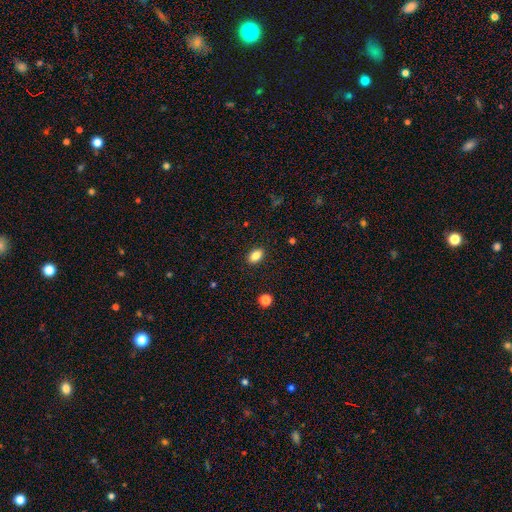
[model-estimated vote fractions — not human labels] smooth_or_featured: smooth (p=0.85) [alt: star or artifact p=0.09]
how_rounded: in between (p=0.87) [alt: round p=0.11]
merging: none (p=0.89) [alt: minor disturbance p=0.08]